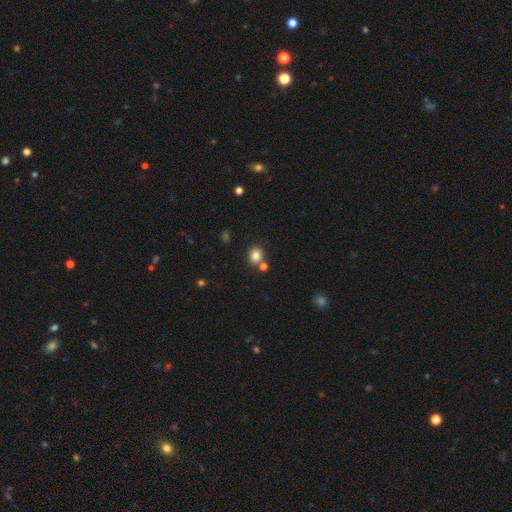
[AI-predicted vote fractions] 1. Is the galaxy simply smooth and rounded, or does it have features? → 82% smooth, 12% star or artifact, 6% featured or disk.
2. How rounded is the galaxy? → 77% round, 22% in between, 1% cigar-shaped.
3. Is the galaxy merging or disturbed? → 71% none, 17% merger, 9% minor disturbance, 3% major disturbance.